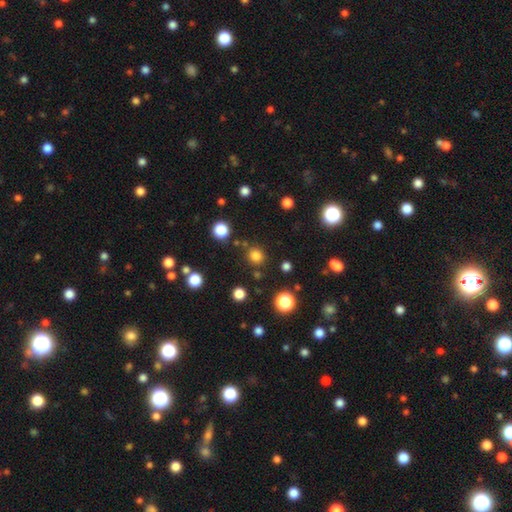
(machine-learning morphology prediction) smooth 79%, star or artifact 17%, featured or disk 4%. Down the decision tree: how rounded — round (90%); merging — none (83%).